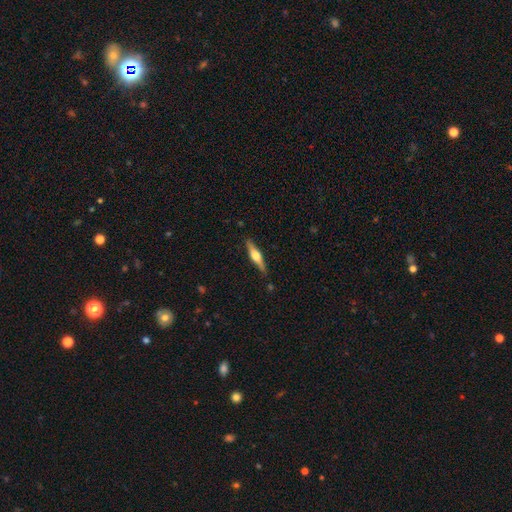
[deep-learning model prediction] Q: Smooth or featured?
A: featured or disk (62%); runner-up: smooth (32%)
Q: Edge-on disk?
A: yes (96%); runner-up: no (4%)
Q: Edge-on bulge?
A: rounded (92%); runner-up: boxy (6%)
Q: Merging?
A: none (86%); runner-up: minor disturbance (10%)